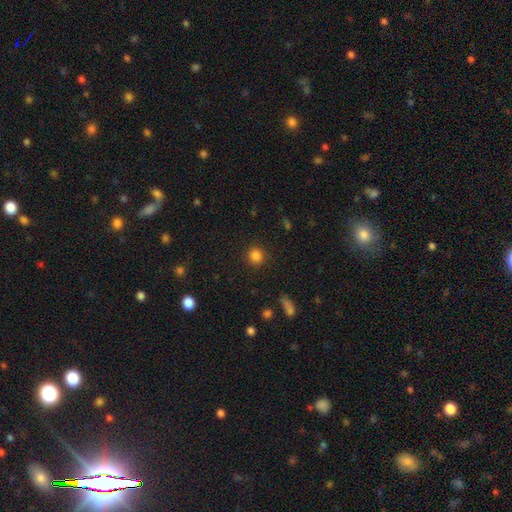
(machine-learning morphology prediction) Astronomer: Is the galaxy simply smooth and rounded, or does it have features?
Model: smooth — 84%.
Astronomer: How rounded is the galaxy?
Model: round — 89%.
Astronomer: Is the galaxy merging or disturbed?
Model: none — 90%.